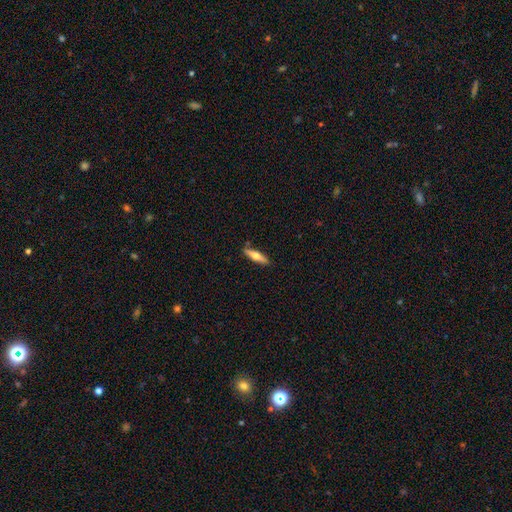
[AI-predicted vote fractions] Smooth or featured: smooth — 51% (featured or disk — 44%)
How rounded: cigar-shaped — 73% (in between — 25%)
Merging: none — 85% (minor disturbance — 10%)